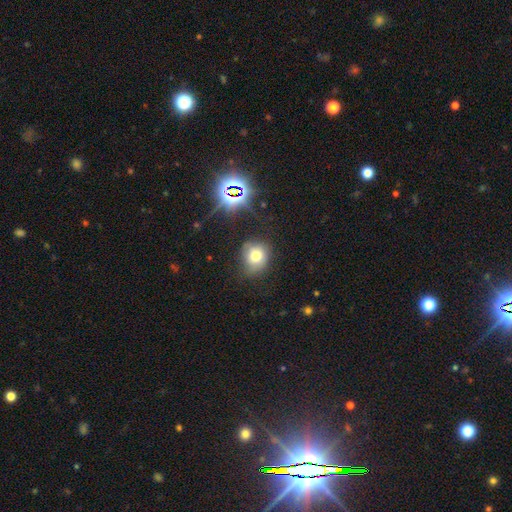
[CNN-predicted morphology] smooth_or_featured: smooth (p=0.70) [alt: star or artifact p=0.17]
how_rounded: round (p=0.70) [alt: in between p=0.29]
merging: none (p=0.67) [alt: minor disturbance p=0.23]